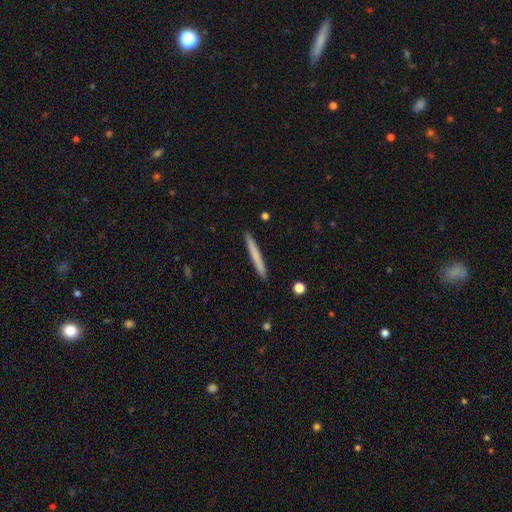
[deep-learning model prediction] smooth 69%, featured or disk 26%, star or artifact 5%. Down the decision tree: how rounded — cigar-shaped (97%); merging — none (92%).